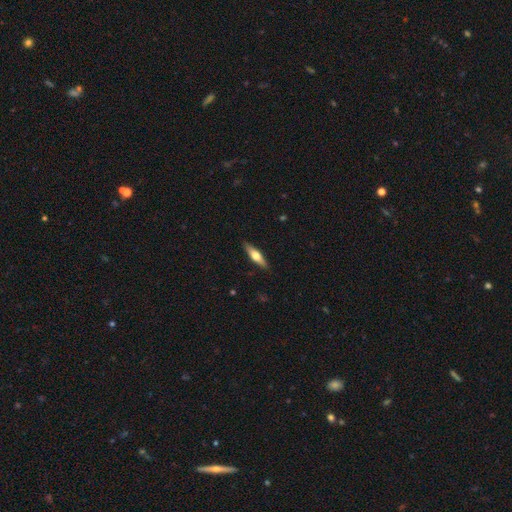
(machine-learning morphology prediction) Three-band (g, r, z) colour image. It shows a featured or disk galaxy (47%, tied with smooth). Merging: none (89%).